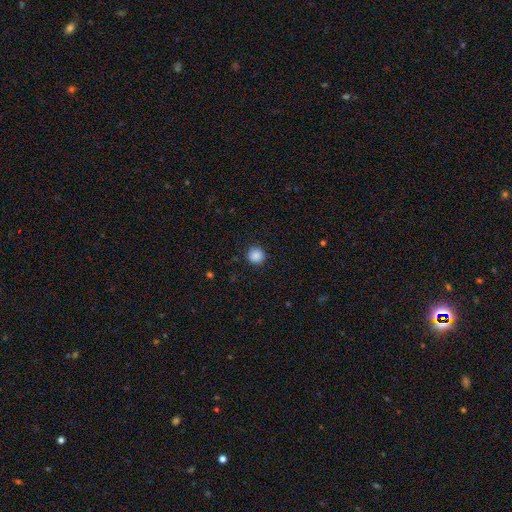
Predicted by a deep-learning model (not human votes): This is clearly a smooth galaxy (88%). How rounded: clearly round (94%). Merging: clearly none (92%).